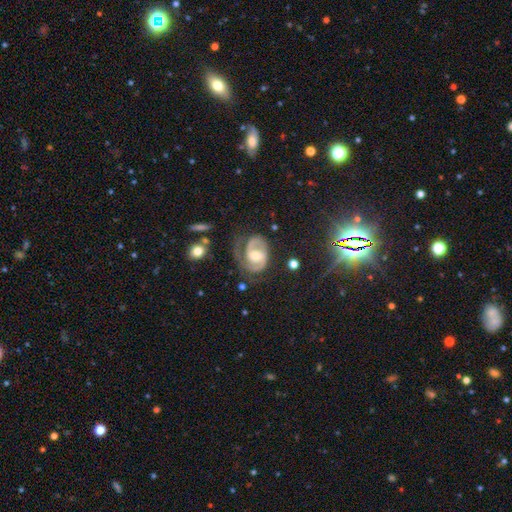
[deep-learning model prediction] smooth_or_featured: featured or disk (p=0.87) [alt: smooth p=0.07]
disk_edge_on: no (p=0.98) [alt: yes p=0.02]
bar: no (p=0.49) [alt: weak p=0.39]
has_spiral_arms: yes (p=0.97) [alt: no p=0.03]
spiral_winding: medium (p=0.46) [alt: tight p=0.42]
spiral_arm_count: 2 (p=0.75) [alt: 1 p=0.15]
bulge_size: moderate (p=0.60) [alt: small p=0.32]
merging: none (p=0.57) [alt: minor disturbance p=0.23]